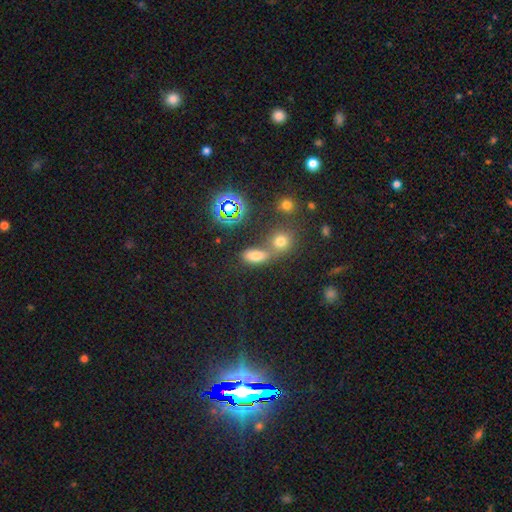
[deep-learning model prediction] A smooth galaxy with no disk features (67%) that is in between round and cigar-shaped (77%). Merging: none (51%).